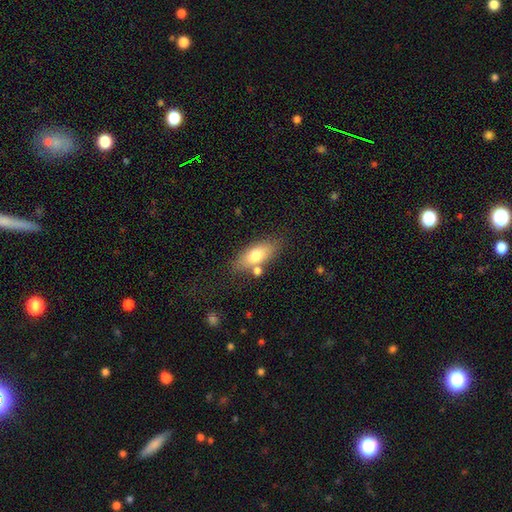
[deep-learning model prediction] smooth_or_featured: smooth (p=0.72) [alt: featured or disk p=0.21]
how_rounded: in between (p=0.78) [alt: cigar-shaped p=0.18]
merging: none (p=0.69) [alt: minor disturbance p=0.15]